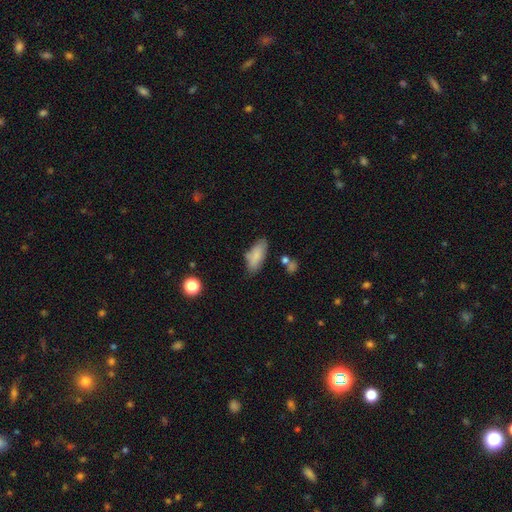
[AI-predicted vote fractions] smooth 81%, featured or disk 12%, star or artifact 7%. Down the decision tree: how rounded — in between (80%); merging — none (64%).